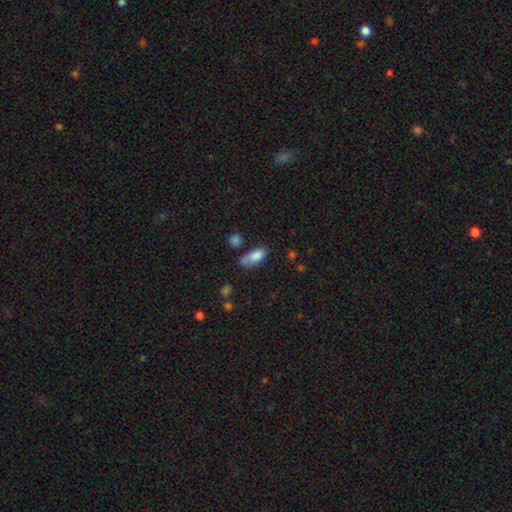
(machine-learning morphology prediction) Overall: smooth (83%). How rounded: in between (86%). Merging: none (46%; minor disturbance 32%).